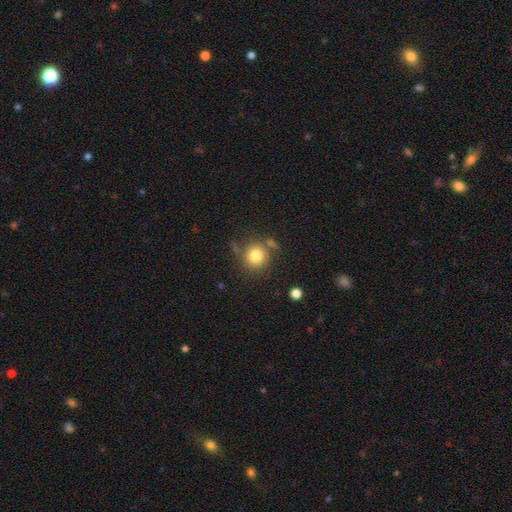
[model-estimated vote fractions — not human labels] Q: Smooth or featured?
A: smooth (79%); runner-up: star or artifact (11%)
Q: How rounded?
A: round (90%); runner-up: in between (9%)
Q: Merging?
A: none (71%); runner-up: minor disturbance (14%)